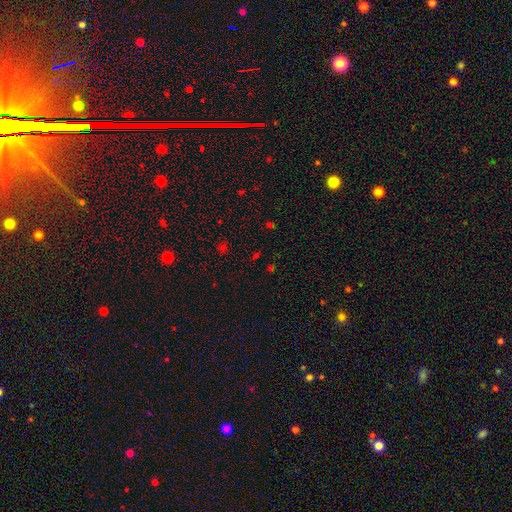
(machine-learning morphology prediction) Smooth or featured: star or artifact — 56% (smooth — 36%)